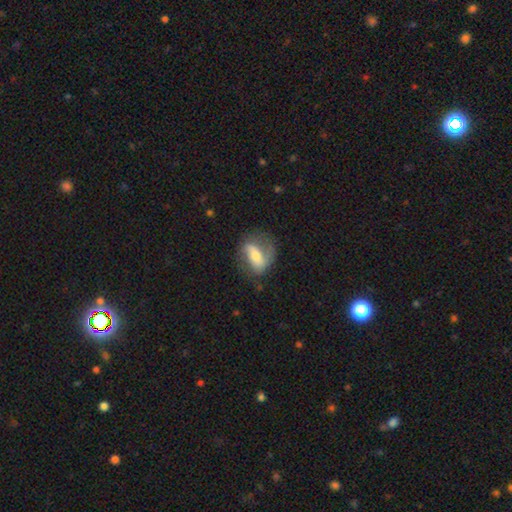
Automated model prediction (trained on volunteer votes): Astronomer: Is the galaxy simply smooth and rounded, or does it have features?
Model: featured or disk — 62%.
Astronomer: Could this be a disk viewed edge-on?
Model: no — 92%.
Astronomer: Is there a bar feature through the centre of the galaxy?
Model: strong — 40% (runner-up: weak, 33%).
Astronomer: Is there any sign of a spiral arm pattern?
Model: yes — 79%.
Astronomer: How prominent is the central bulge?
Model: moderate — 52% (runner-up: small, 35%).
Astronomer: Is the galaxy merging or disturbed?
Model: none — 61%.